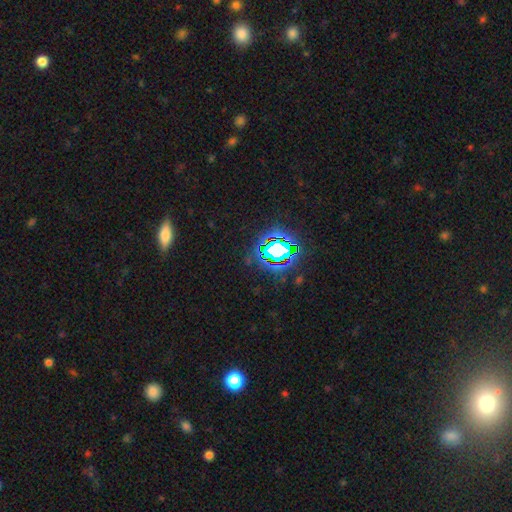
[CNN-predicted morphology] Smooth or featured? Predicted: star or artifact (p=0.68).